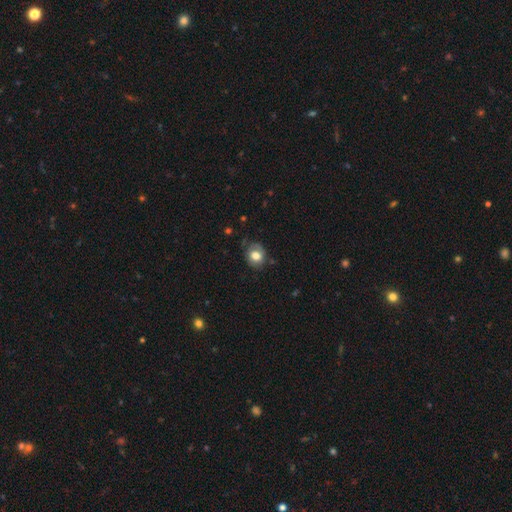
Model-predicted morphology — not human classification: The model was most divided on "how rounded": round: 65%, in between: 34%, cigar-shaped: 1%. More confident: smooth or featured — smooth (72%); merging — none (67%).